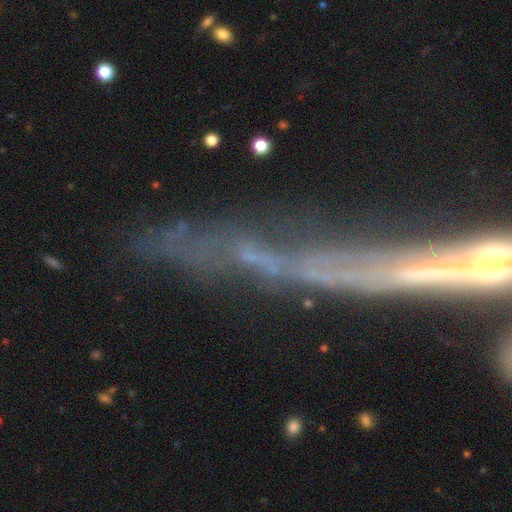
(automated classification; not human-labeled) Smooth or featured? Predicted: featured or disk (p=0.47). Merging? Predicted: none (p=0.45).